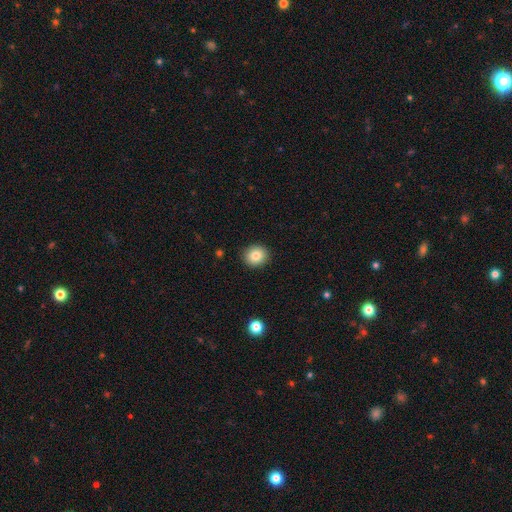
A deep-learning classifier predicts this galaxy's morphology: A smooth galaxy with no disk features (83%) that is round (83%). Merging: none (91%).